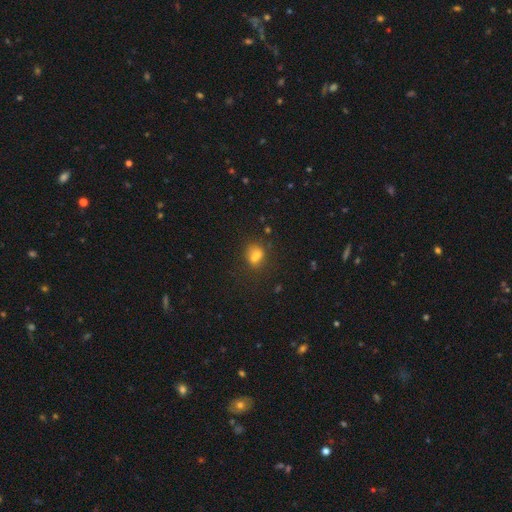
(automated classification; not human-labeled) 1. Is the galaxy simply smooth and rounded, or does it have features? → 65% smooth, 18% star or artifact, 16% featured or disk.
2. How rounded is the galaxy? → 60% round, 38% in between, 2% cigar-shaped.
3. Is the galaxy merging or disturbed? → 42% none, 41% merger, 11% minor disturbance, 5% major disturbance.